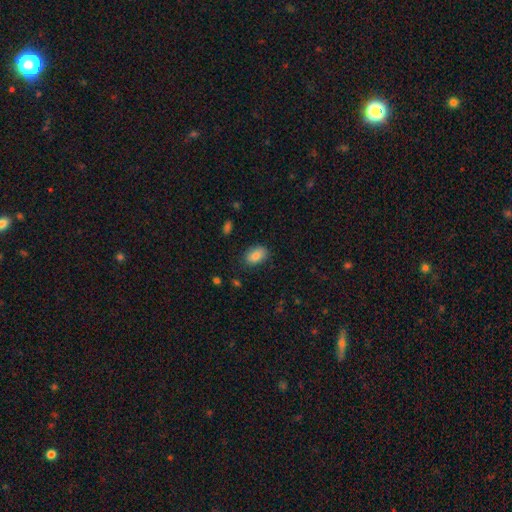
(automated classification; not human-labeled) smooth-or-featured: smooth: 86% | star or artifact: 8% | featured or disk: 6%
  how-rounded: in between: 88% | round: 10% | cigar-shaped: 1%
  merging: none: 82% | minor disturbance: 14% | major disturbance: 3% | merger: 1%